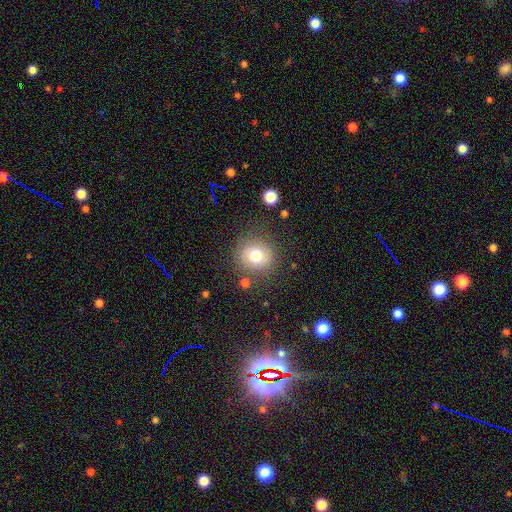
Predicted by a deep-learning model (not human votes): A smooth galaxy with no disk features (75%) that is round (89%).

Vote fractions:
- Smooth or featured? smooth: 75% / featured or disk: 13% / star or artifact: 12%
- How rounded? round: 89% / in between: 10% / cigar-shaped: 1%
- Merging? none: 81% / minor disturbance: 11% / major disturbance: 5% / merger: 3%